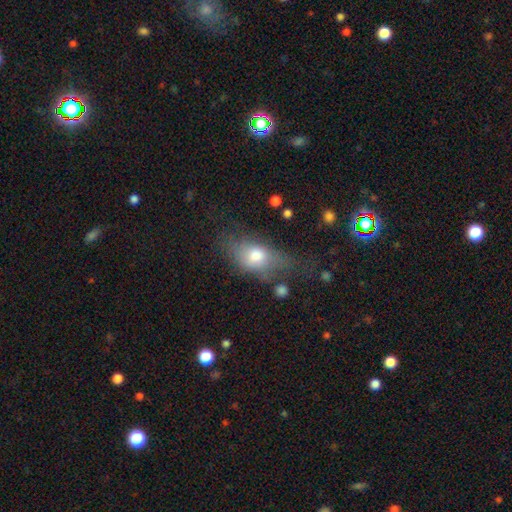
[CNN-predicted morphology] A smooth galaxy with no disk features (69%) that is in between round and cigar-shaped (80%).

Vote fractions:
- Smooth or featured? smooth: 69% / featured or disk: 21% / star or artifact: 9%
- How rounded? in between: 80% / round: 14% / cigar-shaped: 5%
- Merging? none: 41% / minor disturbance: 28% / major disturbance: 27% / merger: 5%